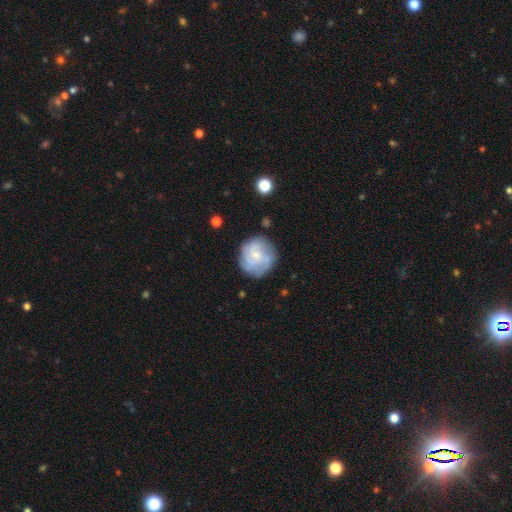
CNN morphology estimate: Smooth or featured? featured or disk (57%)
Edge-on disk? no (98%)
Bar? no (71%)
Spiral arms? yes (76%)
Bulge size? small (53%)
Merging? none (71%)